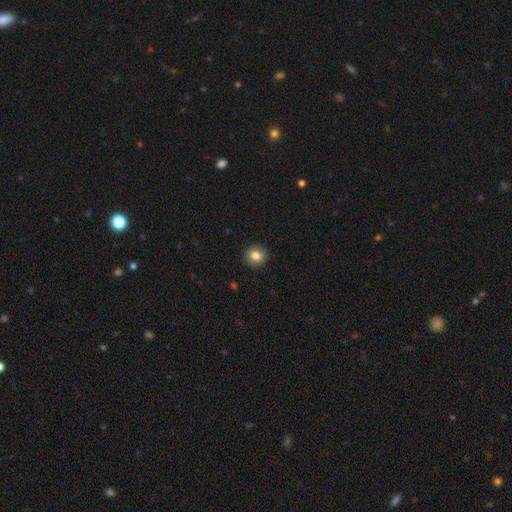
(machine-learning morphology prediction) A smooth galaxy with no disk features (83%) that is round (86%). Merging: none (92%).